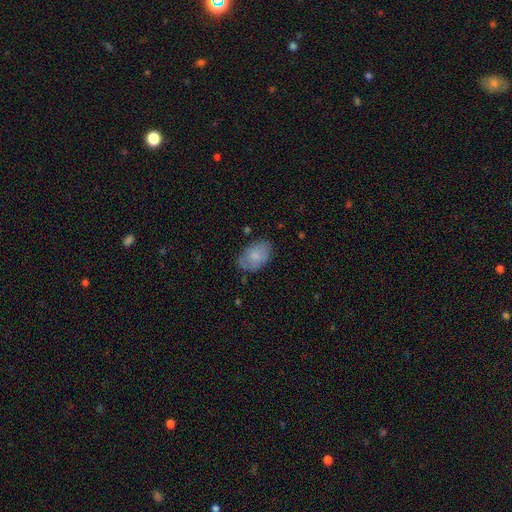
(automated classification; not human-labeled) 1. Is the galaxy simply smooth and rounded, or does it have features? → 72% smooth, 21% featured or disk, 7% star or artifact.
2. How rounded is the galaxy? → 87% in between, 12% round, 1% cigar-shaped.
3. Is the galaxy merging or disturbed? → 67% none, 24% minor disturbance, 7% major disturbance, 2% merger.